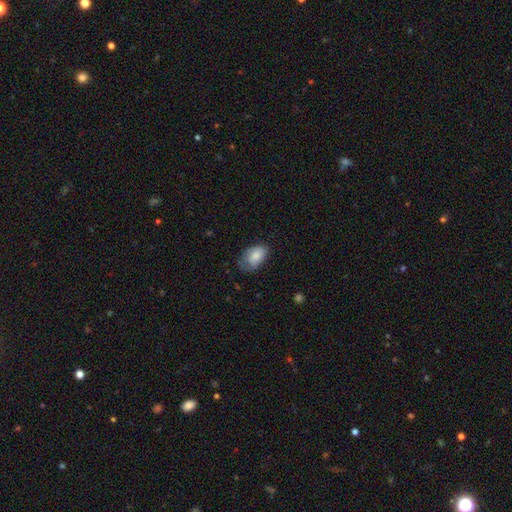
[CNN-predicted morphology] A smooth galaxy with no disk features (80%) that is in between round and cigar-shaped (90%).

Vote fractions:
- Smooth or featured? smooth: 80% / featured or disk: 13% / star or artifact: 7%
- How rounded? in between: 90% / round: 9% / cigar-shaped: 1%
- Merging? none: 50% / minor disturbance: 36% / major disturbance: 13% / merger: 1%